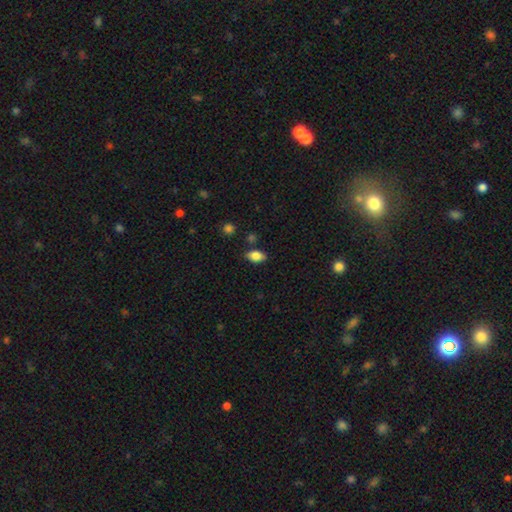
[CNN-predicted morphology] smooth 82%, featured or disk 9%, star or artifact 9%. Down the decision tree: how rounded — in between (88%); merging — none (81%).